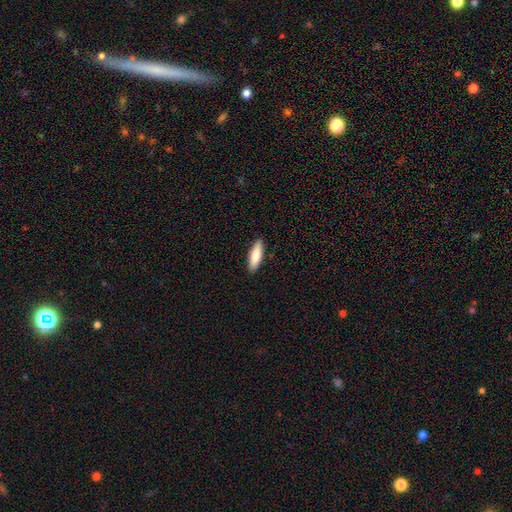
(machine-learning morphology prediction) The model was most divided on "how rounded": cigar-shaped: 52%, in between: 46%, round: 2%. More confident: merging — none (90%); smooth or featured — smooth (81%).